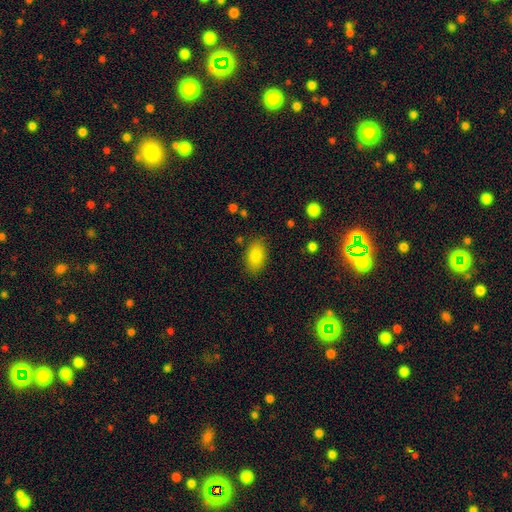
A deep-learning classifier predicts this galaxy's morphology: The model was most divided on "merging": none: 84%, minor disturbance: 11%, major disturbance: 3%, merger: 2%. More confident: how rounded — in between (90%); smooth or featured — smooth (85%).